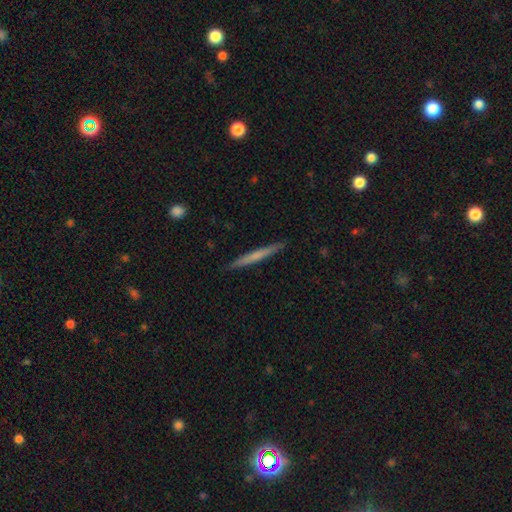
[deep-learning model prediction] Overall: smooth (57%; featured or disk 38%). How rounded: cigar-shaped (97%). Merging: none (91%).